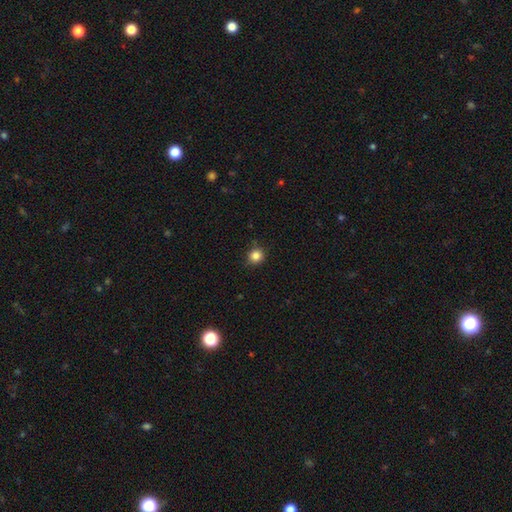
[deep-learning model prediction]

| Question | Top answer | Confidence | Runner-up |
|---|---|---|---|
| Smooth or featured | smooth | 85% | star or artifact (11%) |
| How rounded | round | 88% | in between (11%) |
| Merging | none | 87% | minor disturbance (9%) |